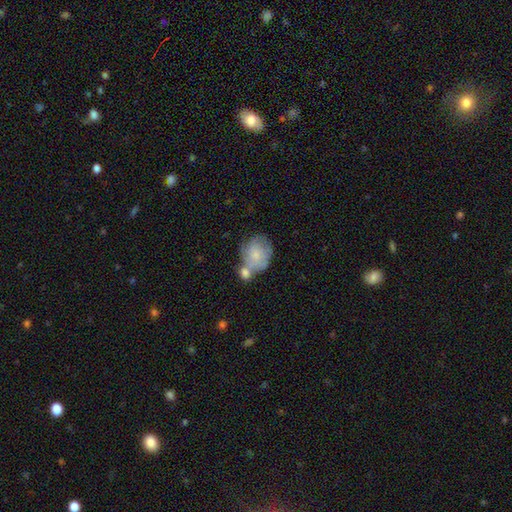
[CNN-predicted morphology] Q: Smooth or featured?
A: smooth (63%); runner-up: featured or disk (30%)
Q: How rounded?
A: round (53%); runner-up: in between (46%)
Q: Merging?
A: merger (41%); runner-up: none (31%)